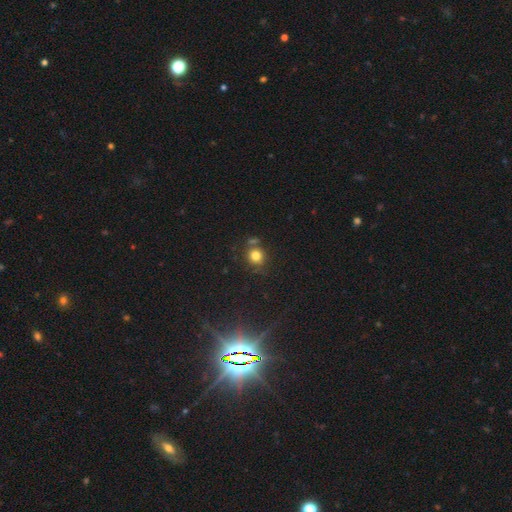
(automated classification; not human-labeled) The model was most divided on "merging": none: 69%, merger: 14%, minor disturbance: 12%, major disturbance: 4%. More confident: how rounded — round (86%); smooth or featured — smooth (79%).